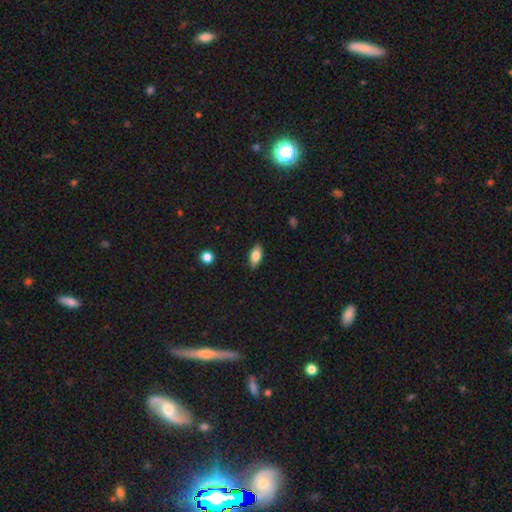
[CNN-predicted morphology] A smooth galaxy with no disk features (77%) that is in between round and cigar-shaped (88%).

Vote fractions:
- Smooth or featured? smooth: 77% / featured or disk: 16% / star or artifact: 7%
- How rounded? in between: 88% / cigar-shaped: 8% / round: 4%
- Merging? none: 86% / minor disturbance: 10% / major disturbance: 2% / merger: 1%